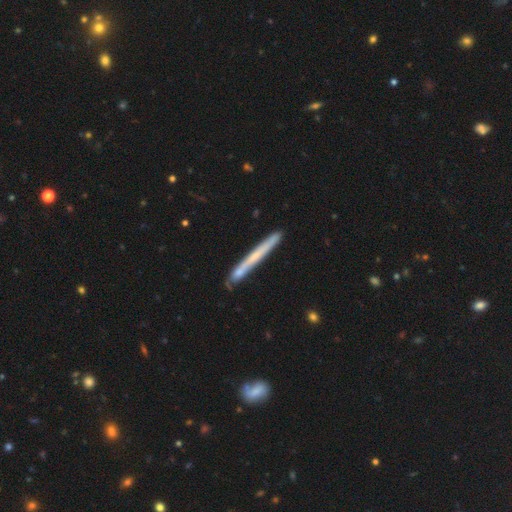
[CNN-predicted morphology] A smooth galaxy with no disk features (49%). Merging: none (84%).